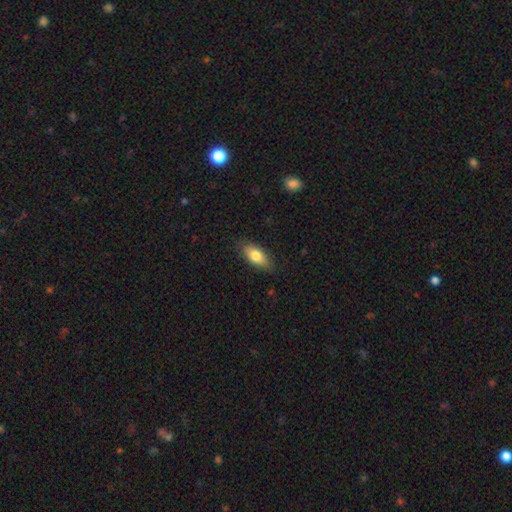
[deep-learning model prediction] This appears to be a smooth galaxy with no disk features (77%) that is in between round and cigar-shaped (83%). Merging: none (85%).